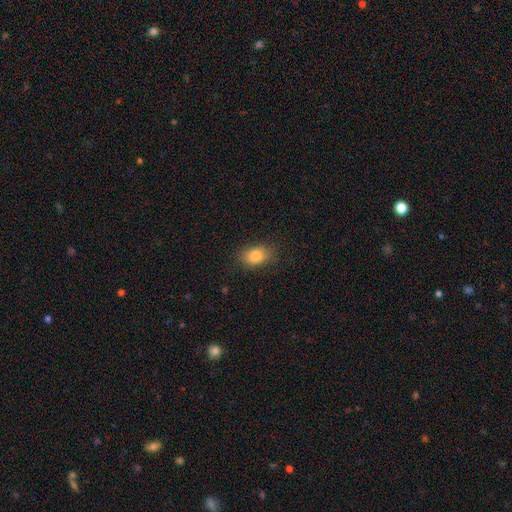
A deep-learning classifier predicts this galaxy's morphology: Smooth or featured?
  - smooth: 83% *
  - star or artifact: 9%
  - featured or disk: 8%
How rounded?
  - in between: 77% *
  - round: 21%
  - cigar-shaped: 2%
Merging?
  - none: 81% *
  - minor disturbance: 14%
  - major disturbance: 4%
  - merger: 1%